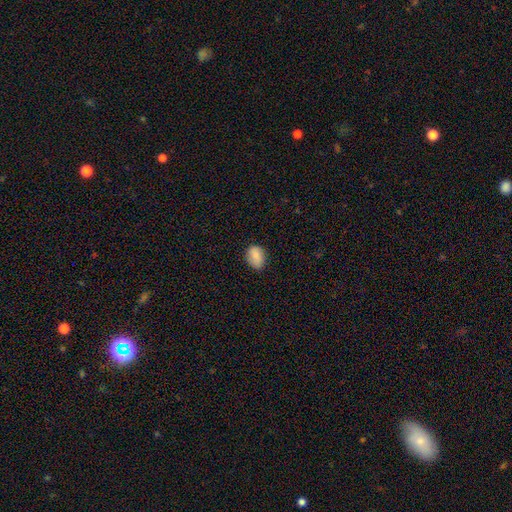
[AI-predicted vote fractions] This appears to be a smooth galaxy with no disk features (85%) that is in between round and cigar-shaped (71%). Merging: none (78%).